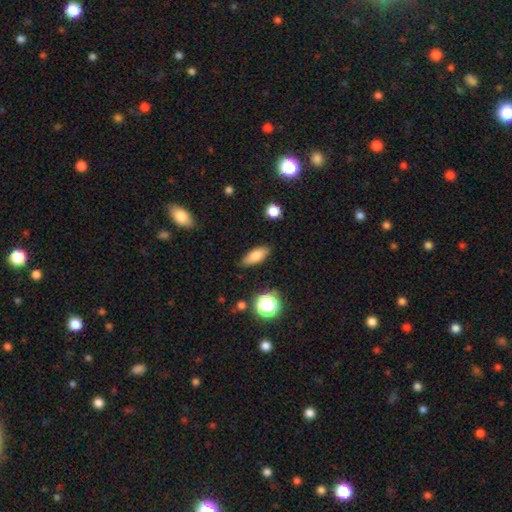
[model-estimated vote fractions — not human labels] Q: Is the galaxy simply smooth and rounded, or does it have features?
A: smooth — 78%.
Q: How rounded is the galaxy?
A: in between — 73%.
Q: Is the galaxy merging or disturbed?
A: none — 85%.